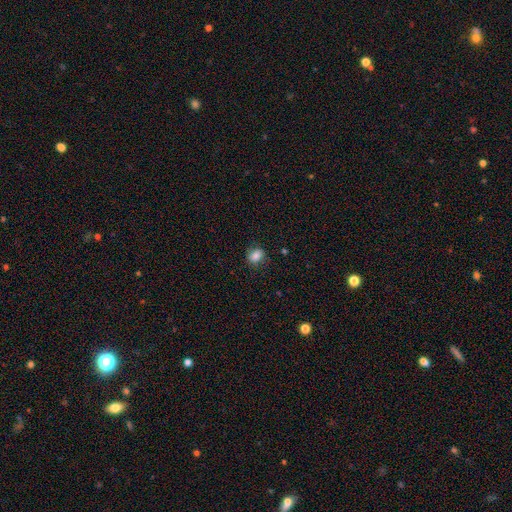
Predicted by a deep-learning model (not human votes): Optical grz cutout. It shows a smooth galaxy with no disk features (81%) that is in between round and cigar-shaped (51%). Merging: none (77%).